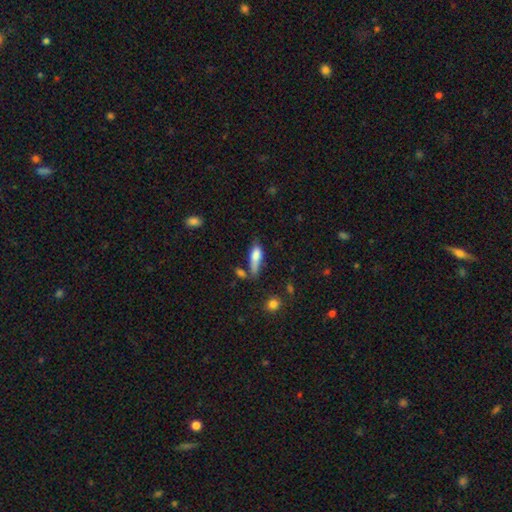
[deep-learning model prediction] Smooth or featured?
  - smooth: 76% *
  - featured or disk: 16%
  - star or artifact: 8%
How rounded?
  - in between: 59% *
  - cigar-shaped: 38%
  - round: 3%
Merging?
  - none: 38% *
  - minor disturbance: 28%
  - merger: 18%
  - major disturbance: 15%